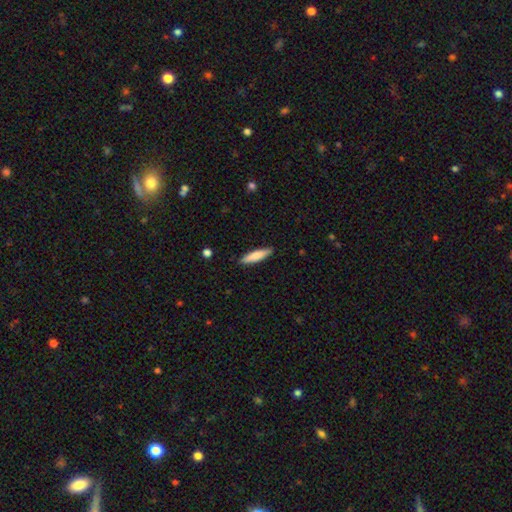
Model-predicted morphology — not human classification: Smooth or featured: smooth — 78% (featured or disk — 17%)
How rounded: cigar-shaped — 80% (in between — 19%)
Merging: none — 89% (minor disturbance — 8%)